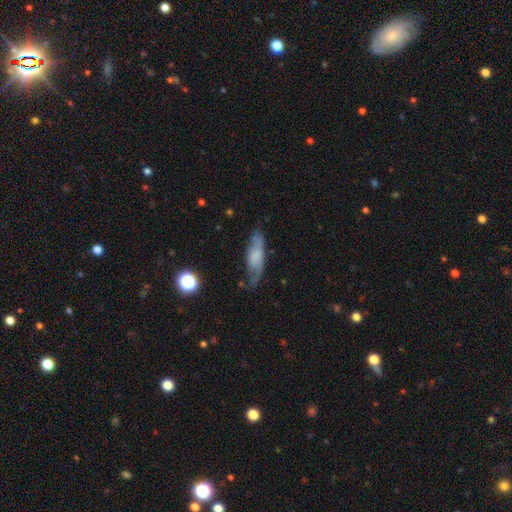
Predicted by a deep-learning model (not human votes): Smooth or featured? Predicted: smooth (p=0.50). Merging? Predicted: none (p=0.55).